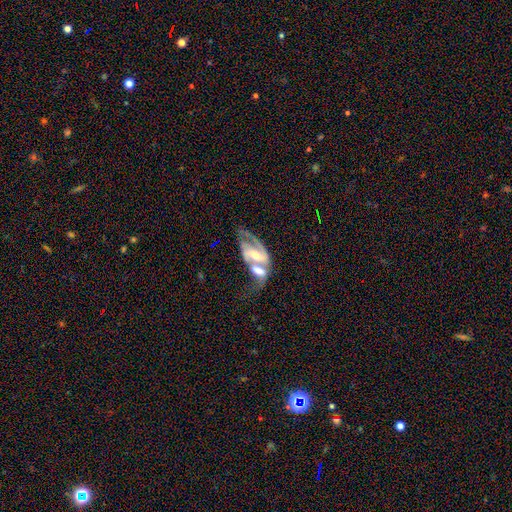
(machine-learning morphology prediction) This appears to be a featured or disk galaxy (85%) with a strong bar (40%), 2 (79%) medium (46%) spiral arms (93%) and a moderate central bulge (57%). Merging: merger (67%).